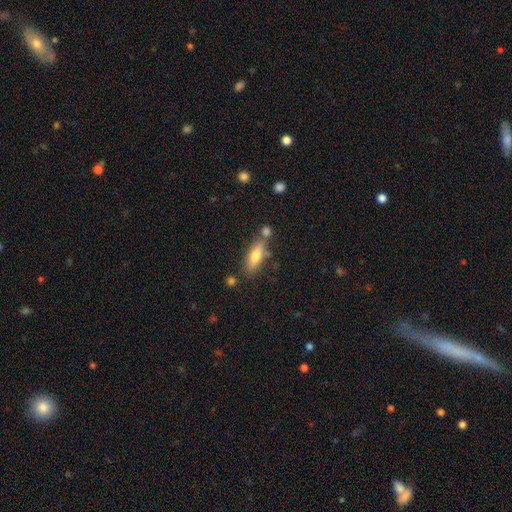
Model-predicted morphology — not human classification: Smooth or featured: smooth — 67% (featured or disk — 27%)
How rounded: in between — 54% (cigar-shaped — 44%)
Merging: none — 67% (minor disturbance — 15%)